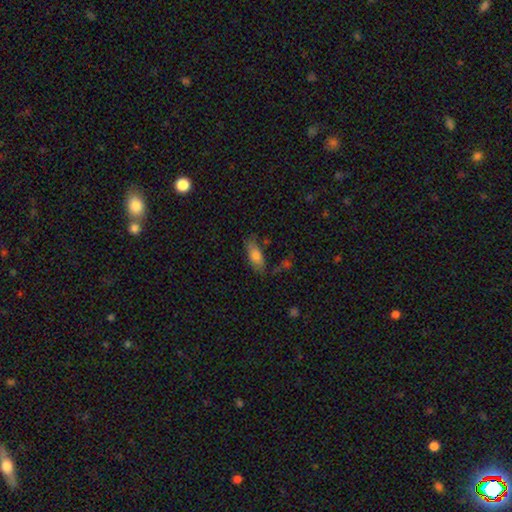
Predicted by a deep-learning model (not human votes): Q: Smooth or featured?
A: smooth (75%); runner-up: featured or disk (17%)
Q: How rounded?
A: in between (77%); runner-up: cigar-shaped (20%)
Q: Merging?
A: none (68%); runner-up: minor disturbance (21%)